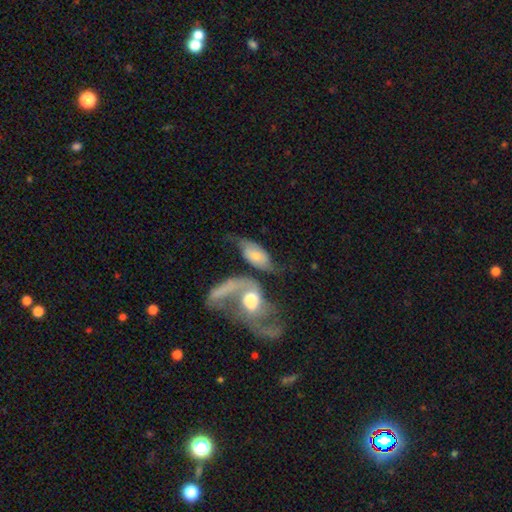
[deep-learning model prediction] The model was most divided on "smooth or featured": featured or disk: 51%, smooth: 42%, star or artifact: 7%. Remaining: edge-on disk — no (90%); merging — merger (43%).